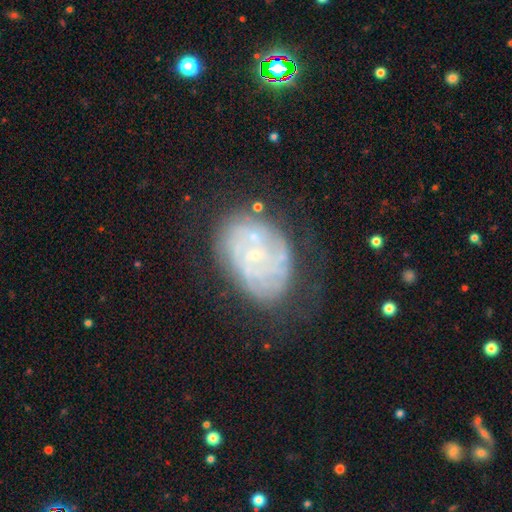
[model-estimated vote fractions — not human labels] Morphology: type=featured or disk (71%); edge-on=no (97%); bar=no (75%); spiral arms=yes (65%); bulge=small (76%); merging=none (58%).